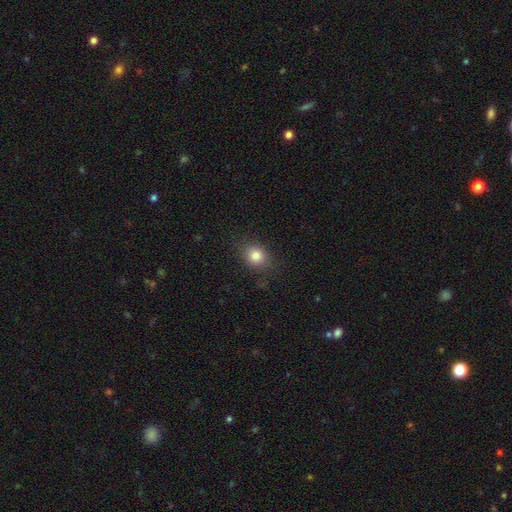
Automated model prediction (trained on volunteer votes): This is clearly a smooth galaxy (81%). How rounded: likely round (62%). Merging: clearly none (83%).